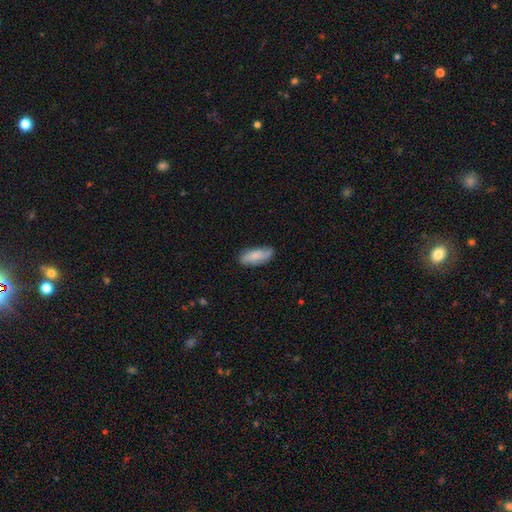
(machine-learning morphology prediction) The model was most divided on "smooth or featured": smooth: 68%, featured or disk: 25%, star or artifact: 7%. More confident: how rounded — in between (77%); merging — none (71%).